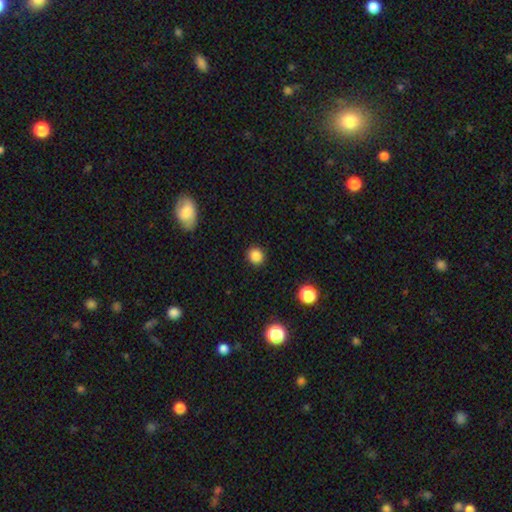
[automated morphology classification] Smooth or featured: smooth — 85% (star or artifact — 11%)
How rounded: round — 87% (in between — 12%)
Merging: none — 91% (minor disturbance — 6%)